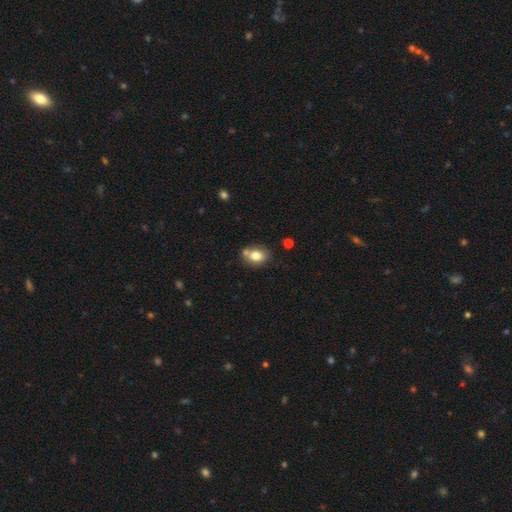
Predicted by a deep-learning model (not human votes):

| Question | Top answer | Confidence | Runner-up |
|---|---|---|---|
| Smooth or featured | smooth | 78% | featured or disk (13%) |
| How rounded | in between | 64% | round (35%) |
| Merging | none | 57% | merger (22%) |